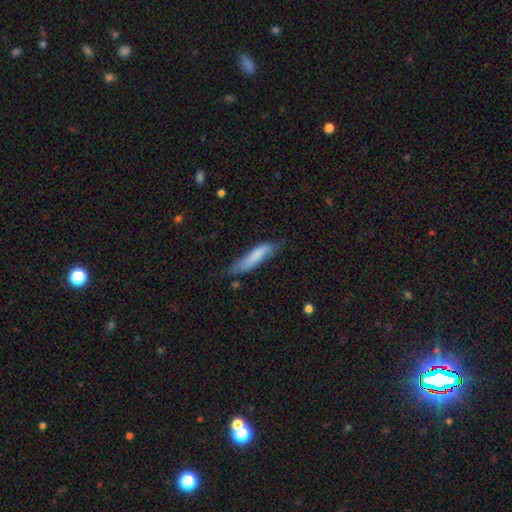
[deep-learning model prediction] A smooth galaxy with no disk features (72%) that is cigar-shaped (80%). Merging: none (53%).